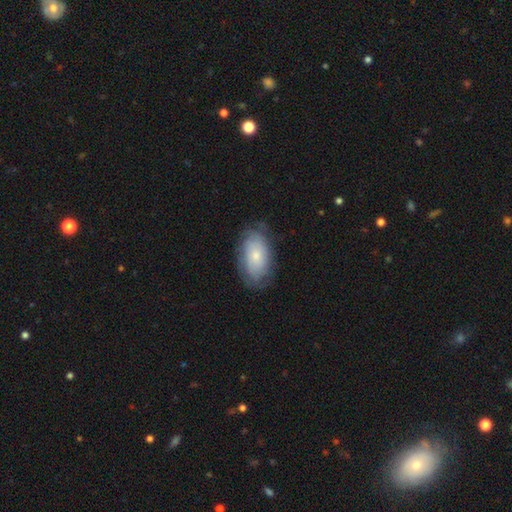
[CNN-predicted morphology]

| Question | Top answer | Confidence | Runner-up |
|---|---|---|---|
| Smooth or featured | smooth | 60% | featured or disk (33%) |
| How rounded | in between | 93% | round (5%) |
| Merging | none | 74% | minor disturbance (19%) |